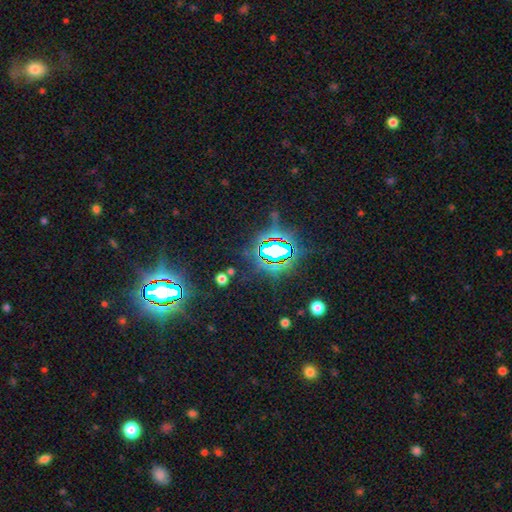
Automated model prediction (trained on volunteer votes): The model was most divided on "smooth or featured": star or artifact: 84%, smooth: 9%, featured or disk: 7%.